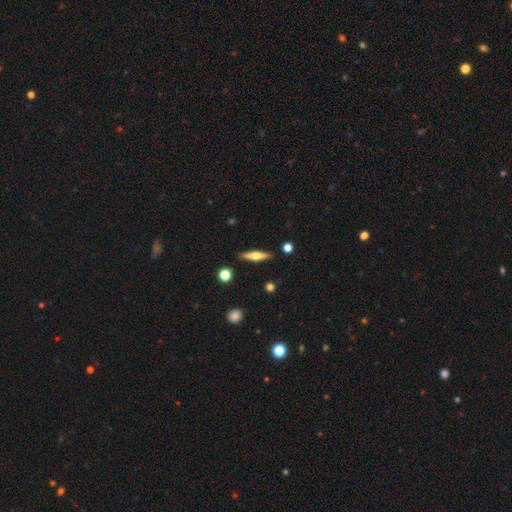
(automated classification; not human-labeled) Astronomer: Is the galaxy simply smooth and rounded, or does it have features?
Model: featured or disk — 50% (runner-up: smooth, 43%).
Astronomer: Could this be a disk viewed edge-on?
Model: yes — 95%.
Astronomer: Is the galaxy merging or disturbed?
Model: none — 88%.